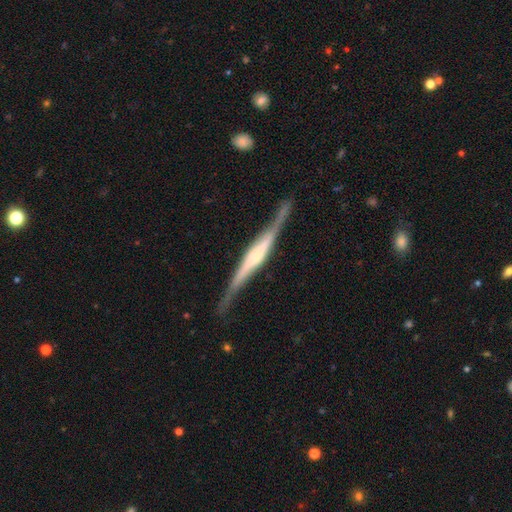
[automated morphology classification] A featured or disk galaxy (80%) viewed edge-on (95%) with a boxy central bulge (45%). Merging: none (76%).